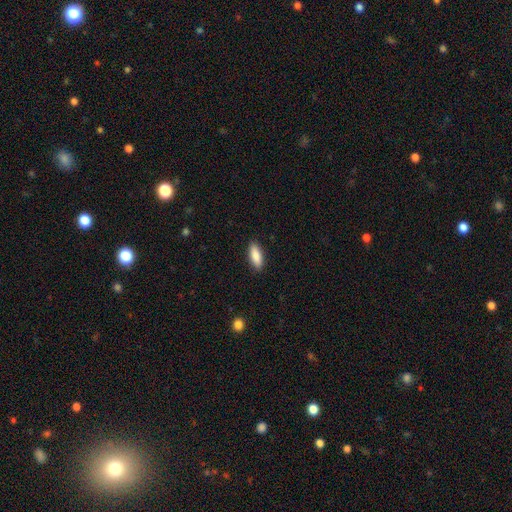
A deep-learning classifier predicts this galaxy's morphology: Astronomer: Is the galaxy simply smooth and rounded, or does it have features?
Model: smooth — 87%.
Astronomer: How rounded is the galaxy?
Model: in between — 74%.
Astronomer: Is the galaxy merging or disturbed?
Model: none — 90%.